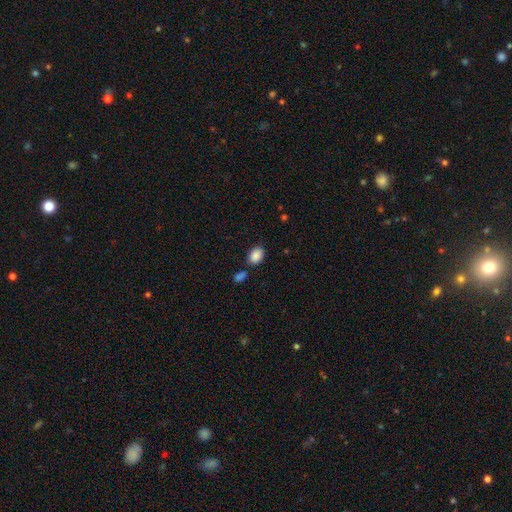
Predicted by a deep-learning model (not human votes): Smooth or featured: smooth — 88% (star or artifact — 8%)
How rounded: in between — 80% (round — 19%)
Merging: none — 72% (minor disturbance — 13%)